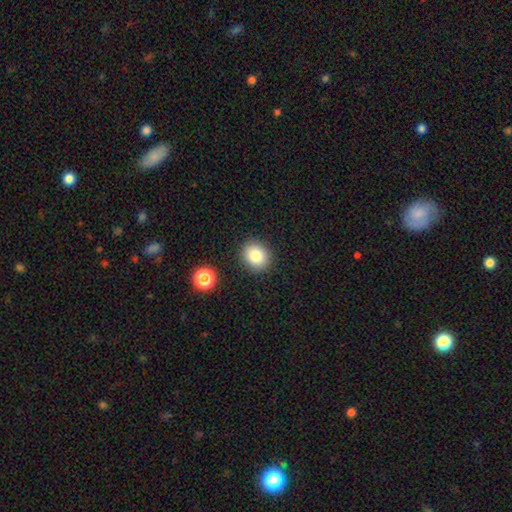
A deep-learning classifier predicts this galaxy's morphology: Overall: smooth (81%). How rounded: round (73%). Merging: none (88%).